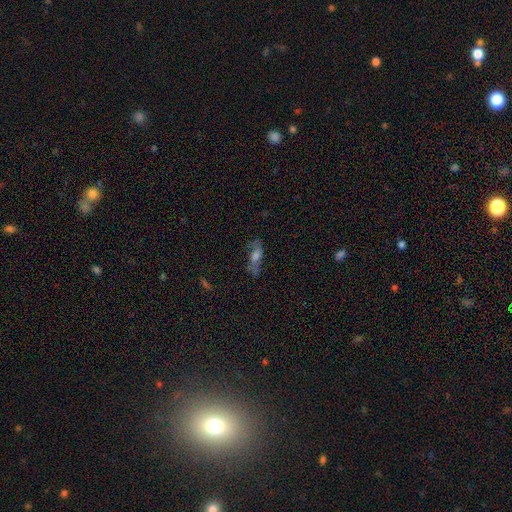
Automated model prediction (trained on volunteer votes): The model was most divided on "smooth or featured": featured or disk: 48%, smooth: 36%, star or artifact: 16%. More confident: merging — none (59%).